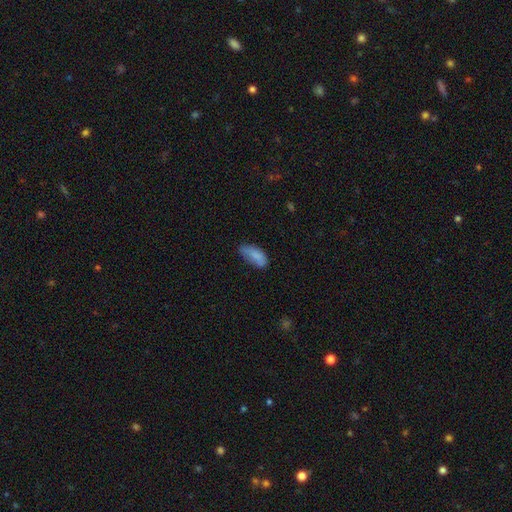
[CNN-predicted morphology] Smooth or featured? smooth (82%)
How rounded? in between (87%)
Merging? none (54%)